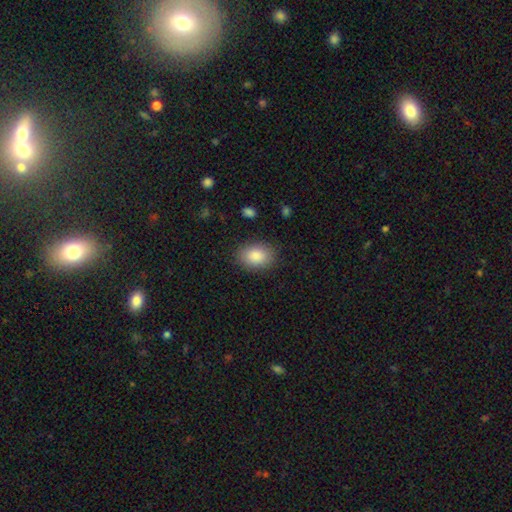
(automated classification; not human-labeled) This is clearly a smooth galaxy (86%). How rounded: likely in between (77%). Merging: clearly none (86%).